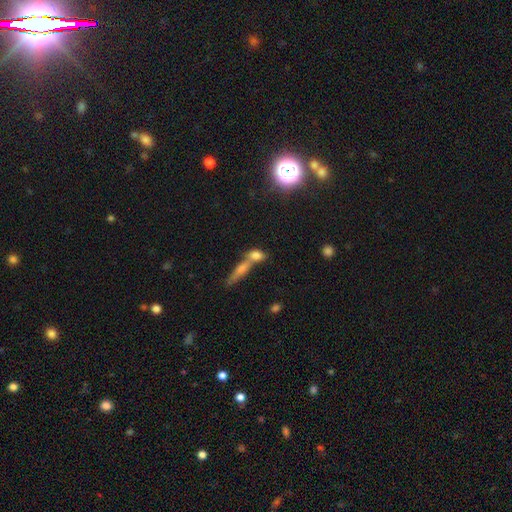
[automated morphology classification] Smooth or featured?
  - smooth: 69% *
  - featured or disk: 18%
  - star or artifact: 13%
How rounded?
  - in between: 58% *
  - cigar-shaped: 27%
  - round: 15%
Merging?
  - merger: 52% *
  - none: 35%
  - minor disturbance: 8%
  - major disturbance: 5%